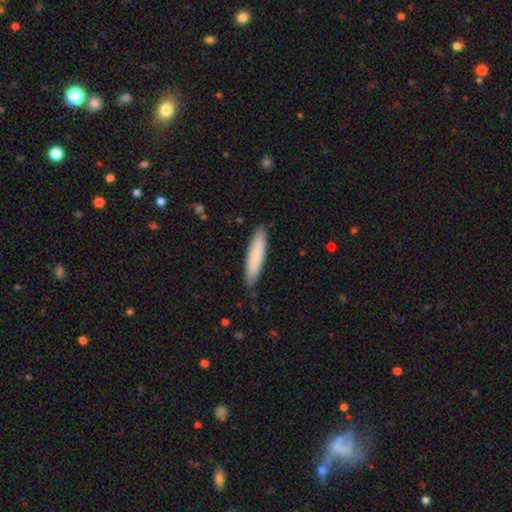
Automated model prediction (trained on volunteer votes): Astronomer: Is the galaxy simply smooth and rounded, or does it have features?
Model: smooth — 83%.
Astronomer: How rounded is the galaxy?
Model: cigar-shaped — 83%.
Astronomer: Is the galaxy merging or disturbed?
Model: none — 85%.